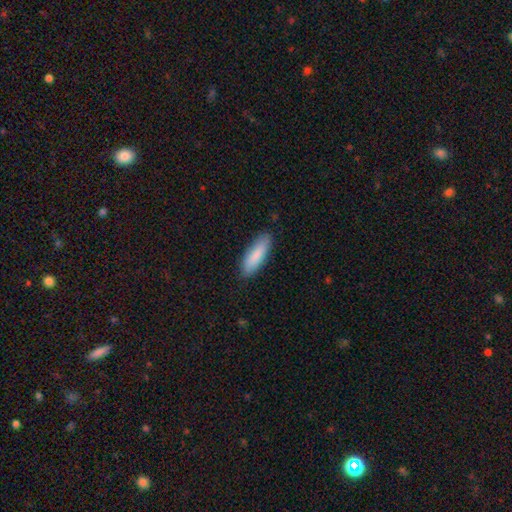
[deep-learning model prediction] Q: Smooth or featured?
A: smooth (86%); runner-up: featured or disk (8%)
Q: How rounded?
A: cigar-shaped (50%); runner-up: in between (49%)
Q: Merging?
A: none (87%); runner-up: minor disturbance (10%)